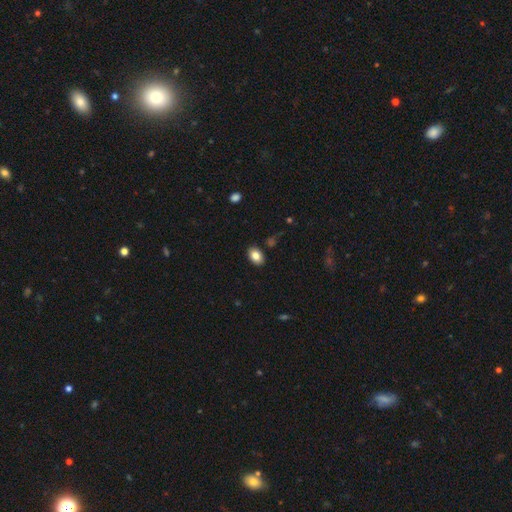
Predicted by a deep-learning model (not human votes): Smooth or featured? smooth (83%)
How rounded? in between (82%)
Merging? none (88%)